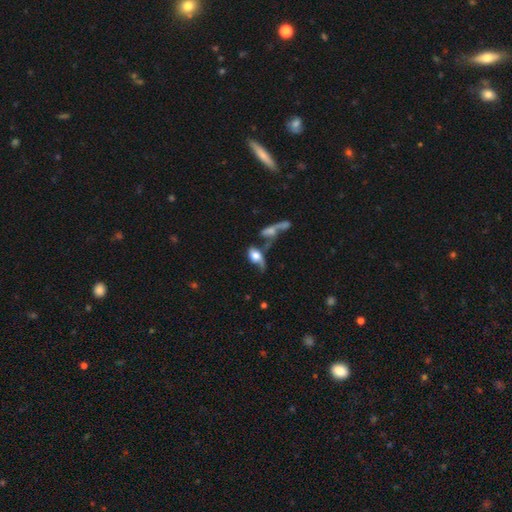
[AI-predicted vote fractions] The model was most divided on "merging": merger: 37%, major disturbance: 28%, none: 20%, minor disturbance: 15%. More confident: how rounded — in between (78%); smooth or featured — smooth (56%).